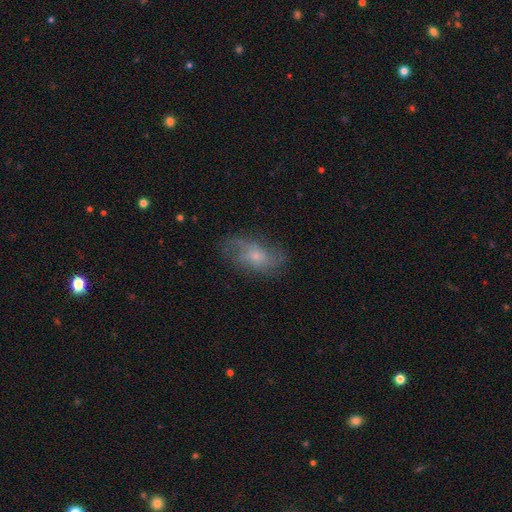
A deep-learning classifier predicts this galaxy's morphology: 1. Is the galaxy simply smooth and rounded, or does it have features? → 63% featured or disk, 28% smooth, 9% star or artifact.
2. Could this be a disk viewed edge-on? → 93% no, 7% yes.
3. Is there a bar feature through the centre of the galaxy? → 74% no, 23% weak, 3% strong.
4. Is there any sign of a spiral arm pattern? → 84% yes, 16% no.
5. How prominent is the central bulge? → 62% small, 30% moderate, 5% none, 2% large, 1% dominant.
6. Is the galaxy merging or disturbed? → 68% none, 21% minor disturbance, 10% major disturbance, 1% merger.